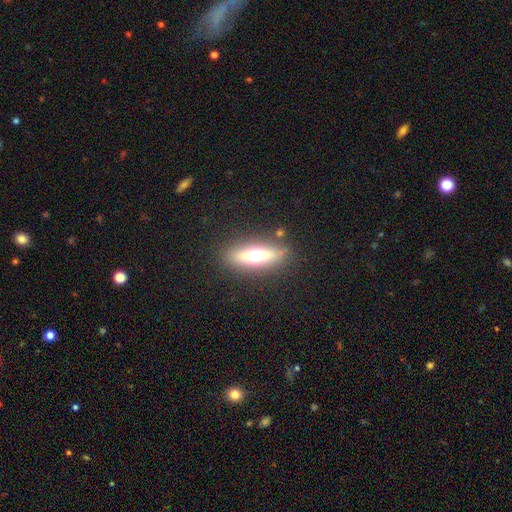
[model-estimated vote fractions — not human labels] This appears to be a smooth galaxy with no disk features (51%) that is cigar-shaped (48%, tied with in between). Merging: none (85%).